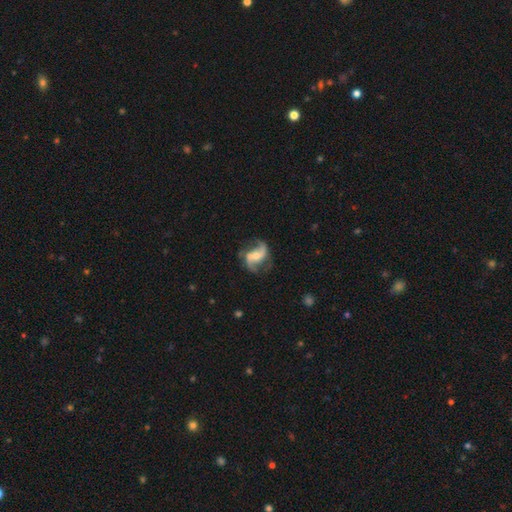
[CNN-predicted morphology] A featured or disk galaxy (86%) with no bar (39%), 2 (90%) loose (59%) spiral arms (95%) and a moderate central bulge (50%).

Vote fractions:
- Smooth or featured? featured or disk: 86% / smooth: 8% / star or artifact: 6%
- Edge-on disk? no: 97% / yes: 3%
- Bar? no: 39% / weak: 38% / strong: 23%
- Spiral arms? yes: 95% / no: 5%
- Spiral winding? loose: 59% / medium: 33% / tight: 8%
- Spiral arm count? 2: 90% / can't tell: 3% / 3: 3% / 1: 2% / 4: 1% / more than 4: 1%
- Bulge size? moderate: 50% / small: 41% / large: 4% / none: 4% / dominant: 1%
- Merging? none: 66% / minor disturbance: 19% / major disturbance: 12% / merger: 3%